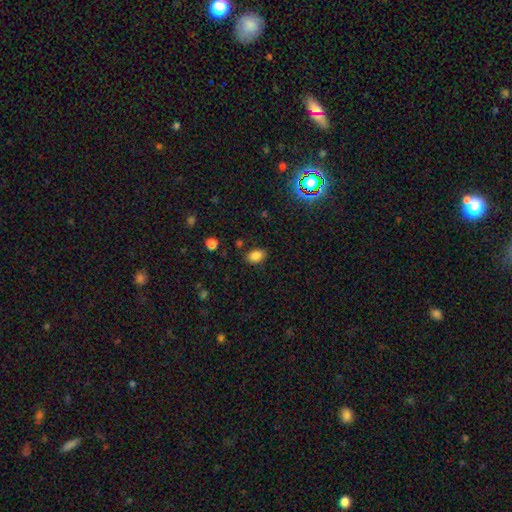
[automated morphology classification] Overall: smooth (84%). How rounded: in between (82%). Merging: none (81%).